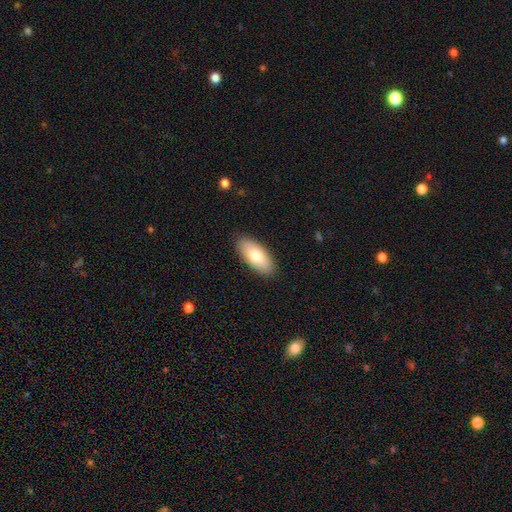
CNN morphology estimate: Smooth or featured?
  - smooth: 80% *
  - featured or disk: 15%
  - star or artifact: 6%
How rounded?
  - in between: 89% *
  - cigar-shaped: 8%
  - round: 2%
Merging?
  - none: 88% *
  - minor disturbance: 9%
  - major disturbance: 2%
  - merger: 1%